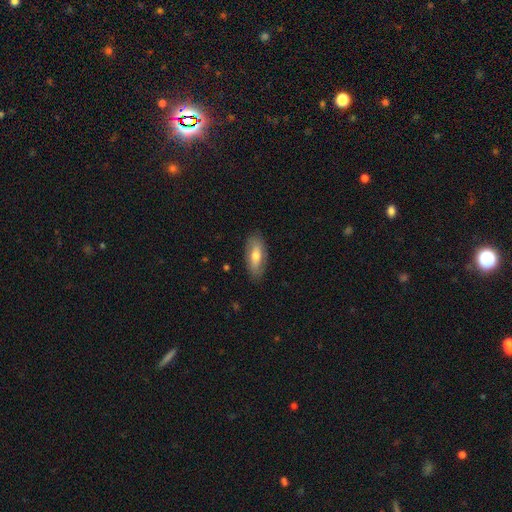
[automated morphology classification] This is likely a smooth galaxy (64%). How rounded: likely in between (76%). Merging: clearly none (82%).